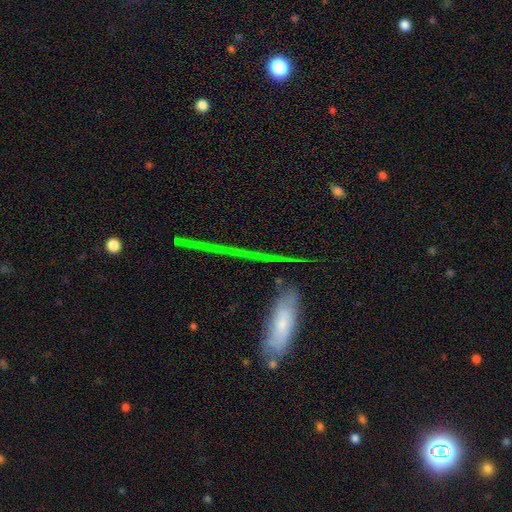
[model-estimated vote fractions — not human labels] smooth_or_featured: featured or disk (p=0.40) [alt: smooth p=0.36]
merging: none (p=0.65) [alt: minor disturbance p=0.15]